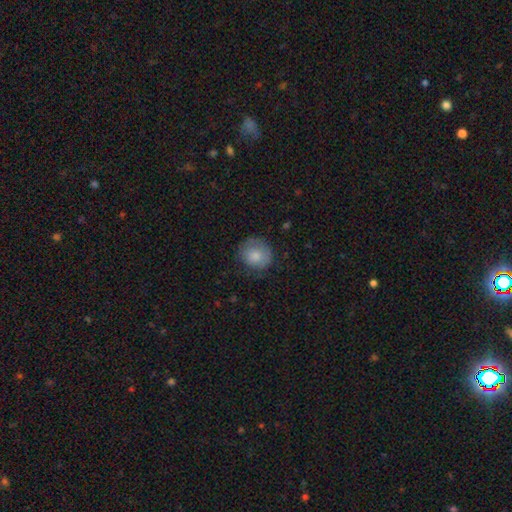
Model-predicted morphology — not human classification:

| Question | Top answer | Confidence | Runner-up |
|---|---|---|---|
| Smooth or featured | smooth | 83% | featured or disk (10%) |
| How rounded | round | 87% | in between (12%) |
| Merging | none | 75% | minor disturbance (19%) |